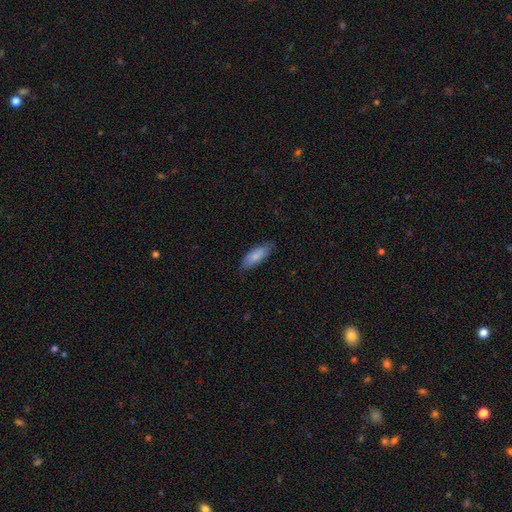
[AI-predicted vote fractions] Smooth or featured: smooth — 84% (featured or disk — 11%)
How rounded: in between — 65% (cigar-shaped — 34%)
Merging: none — 80% (minor disturbance — 16%)